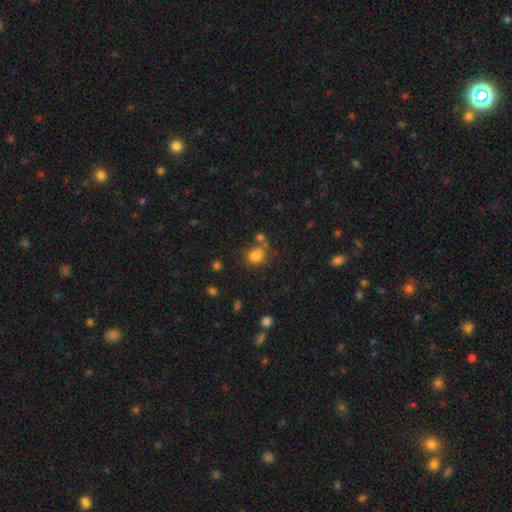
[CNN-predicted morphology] Smooth or featured? Predicted: smooth (p=0.80). How rounded? Predicted: round (p=0.72). Merging? Predicted: none (p=0.62).